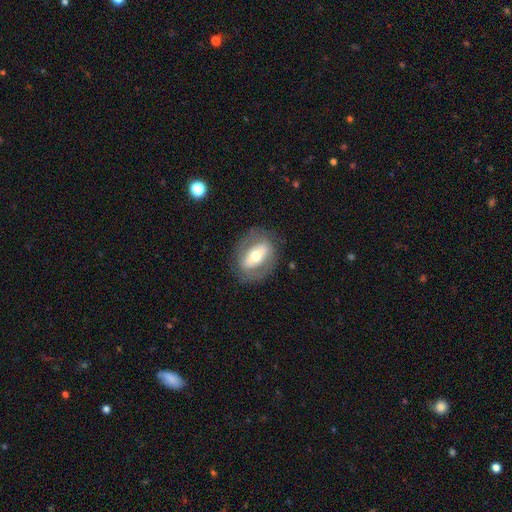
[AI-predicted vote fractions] featured or disk 59%, smooth 35%, star or artifact 6%. Down the decision tree: edge-on disk — no (90%); bar — strong (39%); spiral arms — no (69%); bulge size — moderate (69%); merging — none (76%).